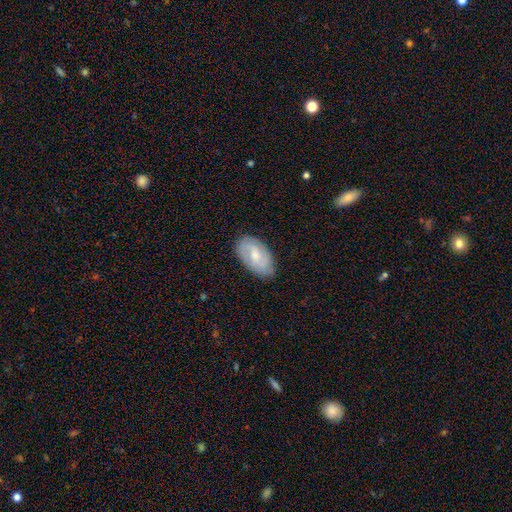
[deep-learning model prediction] Smooth or featured? Predicted: featured or disk (p=0.50). Edge-on disk? Predicted: no (p=0.95). Merging? Predicted: none (p=0.77).